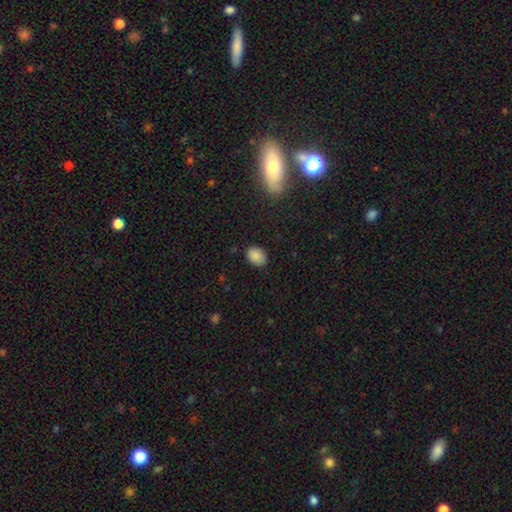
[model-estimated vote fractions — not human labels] The model was most divided on "how rounded": in between: 67%, round: 32%, cigar-shaped: 1%. More confident: smooth or featured — smooth (86%); merging — none (84%).